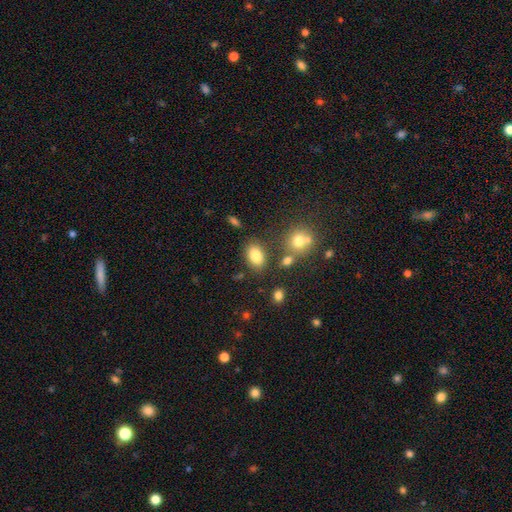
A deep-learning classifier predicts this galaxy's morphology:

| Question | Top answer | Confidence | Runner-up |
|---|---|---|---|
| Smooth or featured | smooth | 83% | star or artifact (10%) |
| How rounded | in between | 85% | round (13%) |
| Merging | none | 76% | minor disturbance (12%) |